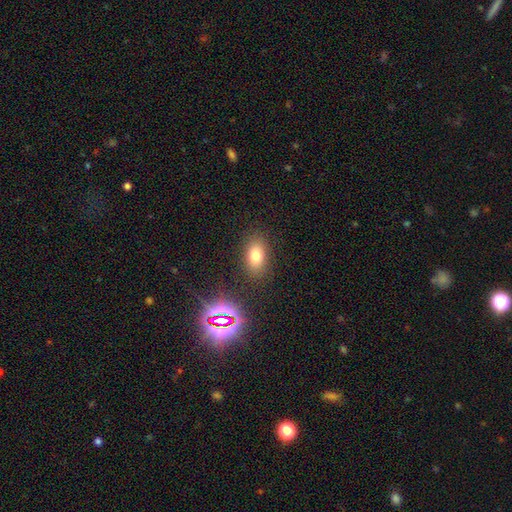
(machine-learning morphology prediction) smooth_or_featured: smooth (p=0.75) [alt: star or artifact p=0.15]
how_rounded: in between (p=0.83) [alt: round p=0.14]
merging: none (p=0.84) [alt: minor disturbance p=0.10]